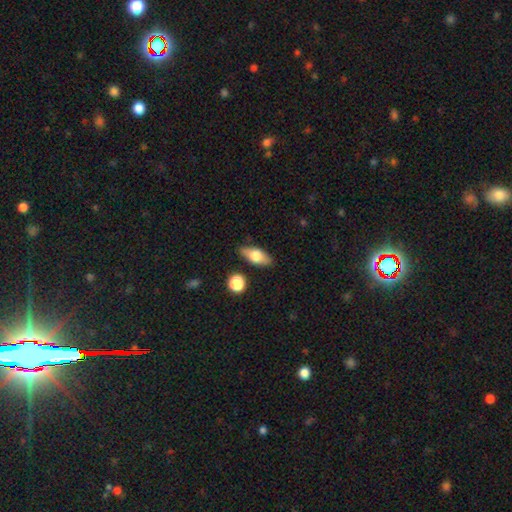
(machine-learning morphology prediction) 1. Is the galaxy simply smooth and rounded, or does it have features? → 64% smooth, 29% featured or disk, 7% star or artifact.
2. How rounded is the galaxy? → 79% in between, 16% cigar-shaped, 6% round.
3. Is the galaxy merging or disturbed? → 82% none, 12% minor disturbance, 3% merger, 3% major disturbance.